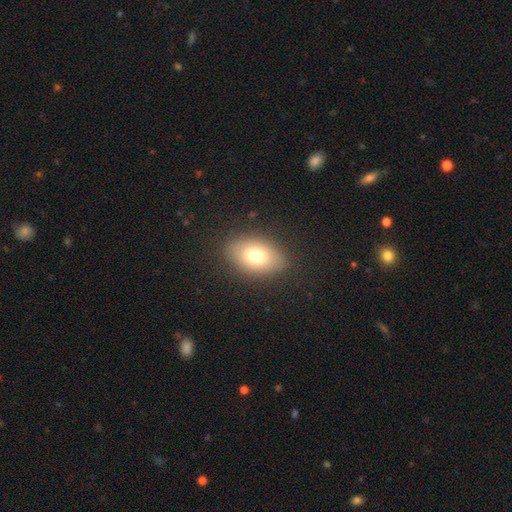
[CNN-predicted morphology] smooth_or_featured: smooth (p=0.74) [alt: featured or disk p=0.17]
how_rounded: in between (p=0.86) [alt: round p=0.12]
merging: none (p=0.84) [alt: minor disturbance p=0.11]